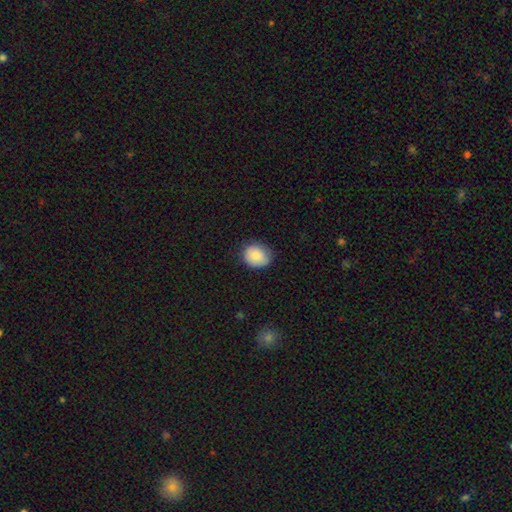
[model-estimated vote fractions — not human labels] Smooth or featured: smooth — 82% (featured or disk — 10%)
How rounded: round — 68% (in between — 32%)
Merging: none — 77% (minor disturbance — 18%)